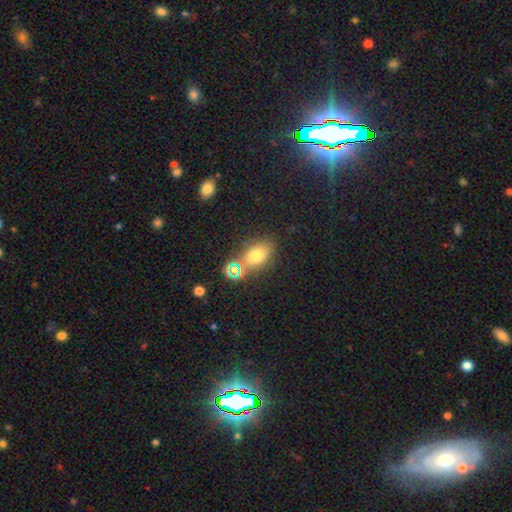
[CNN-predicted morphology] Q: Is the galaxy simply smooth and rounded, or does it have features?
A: smooth — 69%.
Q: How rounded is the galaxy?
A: in between — 76%.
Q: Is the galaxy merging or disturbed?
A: none — 72%.